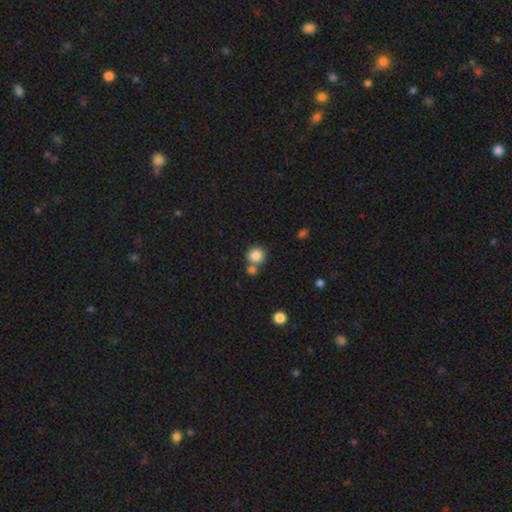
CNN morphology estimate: Smooth or featured?
  - smooth: 85% *
  - star or artifact: 10%
  - featured or disk: 5%
How rounded?
  - round: 90% *
  - in between: 9%
  - cigar-shaped: 1%
Merging?
  - none: 61% *
  - merger: 27%
  - minor disturbance: 9%
  - major disturbance: 3%